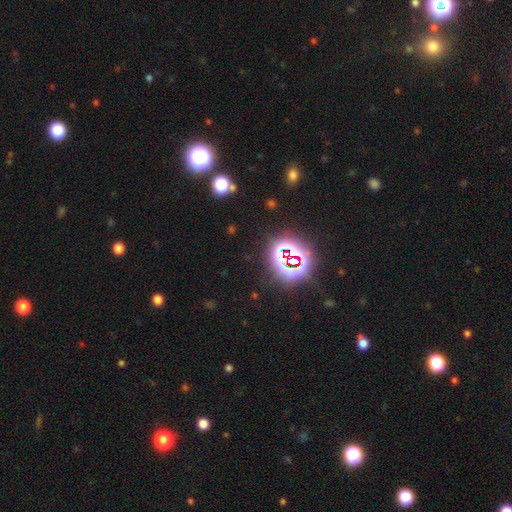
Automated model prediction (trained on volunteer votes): A star or artifact, not a galaxy (79%).

Vote fractions:
- Smooth or featured? star or artifact: 79% / smooth: 14% / featured or disk: 8%